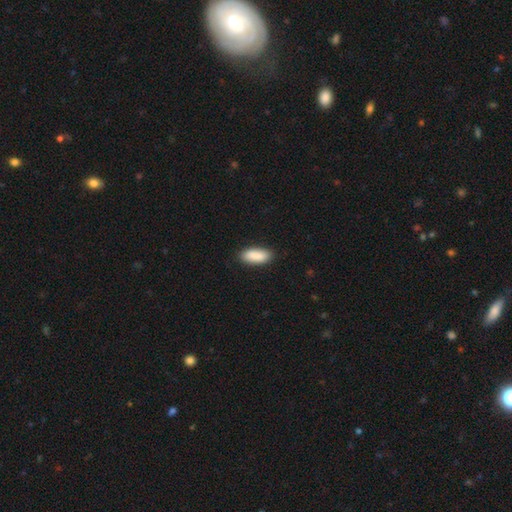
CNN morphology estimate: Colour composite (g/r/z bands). It shows a smooth galaxy with no disk features (90%) that is in between round and cigar-shaped (82%). Merging: none (87%).